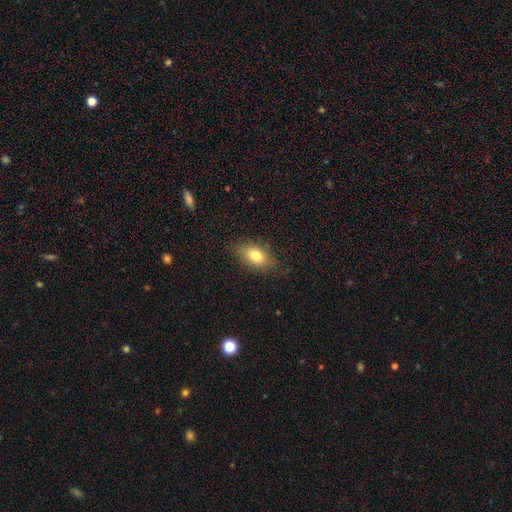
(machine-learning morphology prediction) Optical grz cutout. It shows a smooth galaxy with no disk features (78%) that is in between round and cigar-shaped (85%). Merging: none (83%).